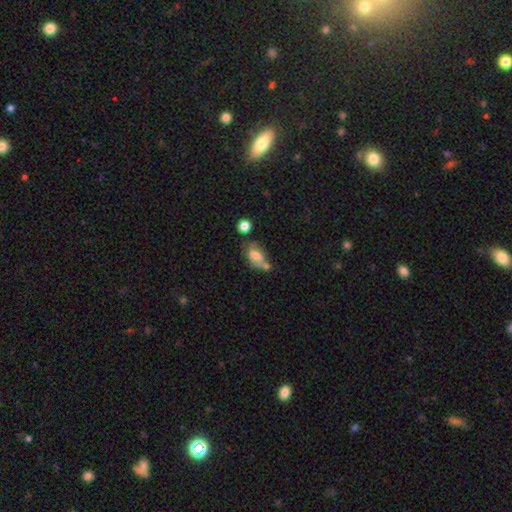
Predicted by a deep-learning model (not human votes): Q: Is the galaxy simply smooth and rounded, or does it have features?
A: featured or disk — 45%, tied with smooth.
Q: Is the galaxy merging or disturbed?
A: none — 38%.